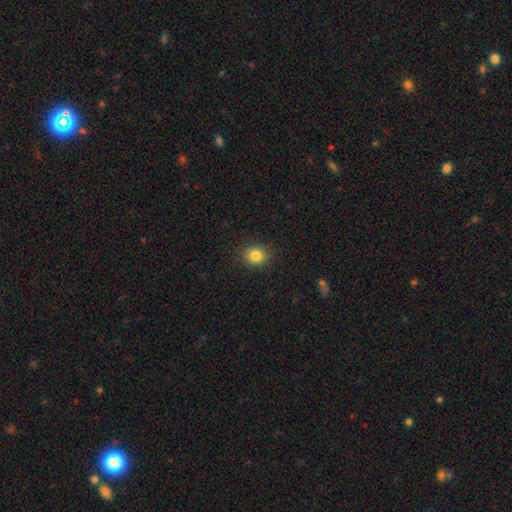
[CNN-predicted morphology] smooth-or-featured: smooth: 83% | star or artifact: 11% | featured or disk: 6%
  how-rounded: round: 71% | in between: 28% | cigar-shaped: 1%
  merging: none: 89% | minor disturbance: 8% | major disturbance: 2% | merger: 1%